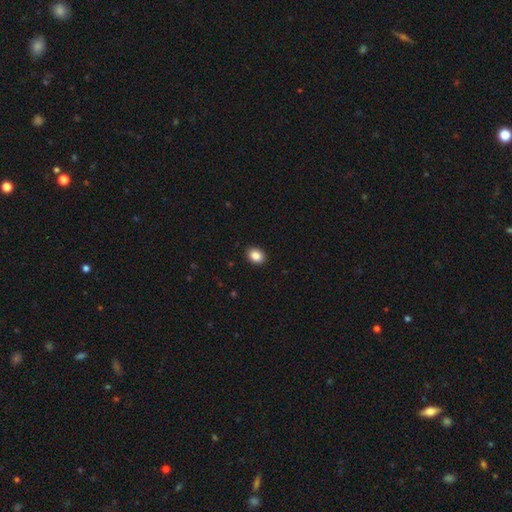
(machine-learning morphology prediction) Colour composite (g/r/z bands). It shows a smooth galaxy with no disk features (87%) that is in between round and cigar-shaped (53%). Merging: none (91%).